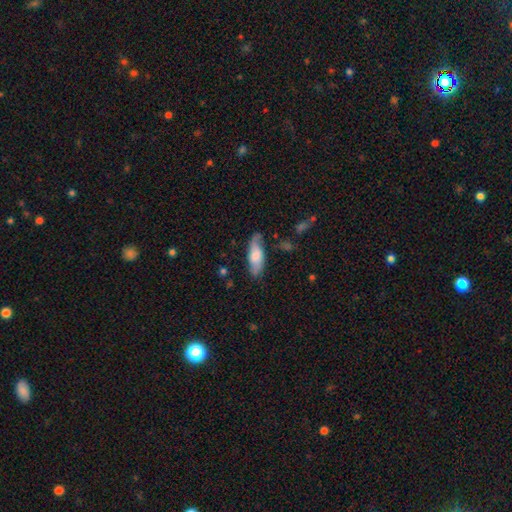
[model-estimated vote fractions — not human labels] Q: Smooth or featured?
A: smooth (63%); runner-up: featured or disk (31%)
Q: How rounded?
A: in between (68%); runner-up: cigar-shaped (30%)
Q: Merging?
A: none (71%); runner-up: minor disturbance (22%)